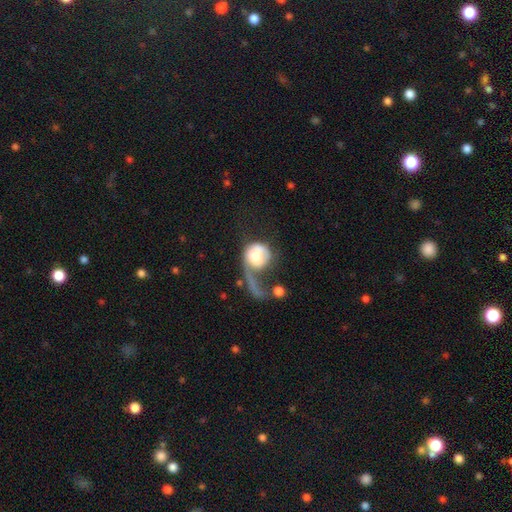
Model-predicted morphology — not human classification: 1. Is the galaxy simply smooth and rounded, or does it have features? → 49% smooth, 44% featured or disk, 7% star or artifact.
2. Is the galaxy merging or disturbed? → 61% major disturbance, 14% none, 13% merger, 11% minor disturbance.